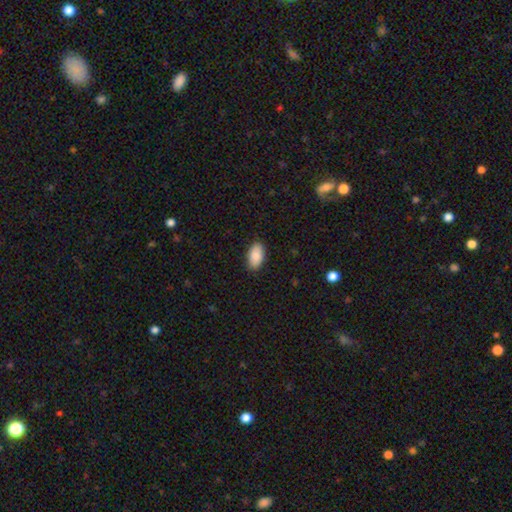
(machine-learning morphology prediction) smooth 87%, featured or disk 7%, star or artifact 6%. Down the decision tree: how rounded — in between (94%); merging — none (87%).